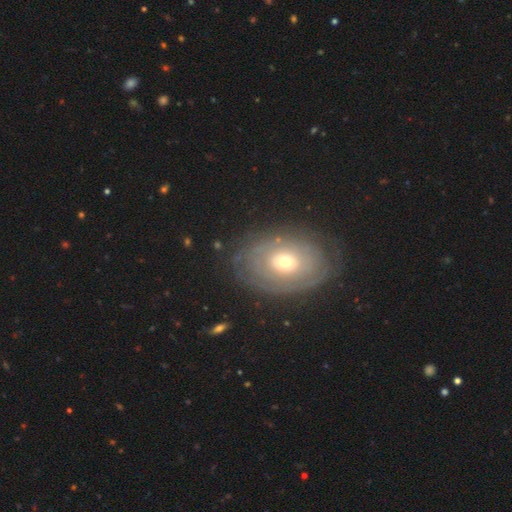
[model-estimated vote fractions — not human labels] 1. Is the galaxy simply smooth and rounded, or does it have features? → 68% featured or disk, 21% smooth, 11% star or artifact.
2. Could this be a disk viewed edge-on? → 95% no, 5% yes.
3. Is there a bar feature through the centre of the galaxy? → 76% no, 18% weak, 6% strong.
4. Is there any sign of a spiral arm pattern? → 71% yes, 29% no.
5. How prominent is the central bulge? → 54% moderate, 39% small, 4% large, 1% dominant, 1% none.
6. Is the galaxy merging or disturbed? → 83% none, 12% minor disturbance, 4% major disturbance, 1% merger.